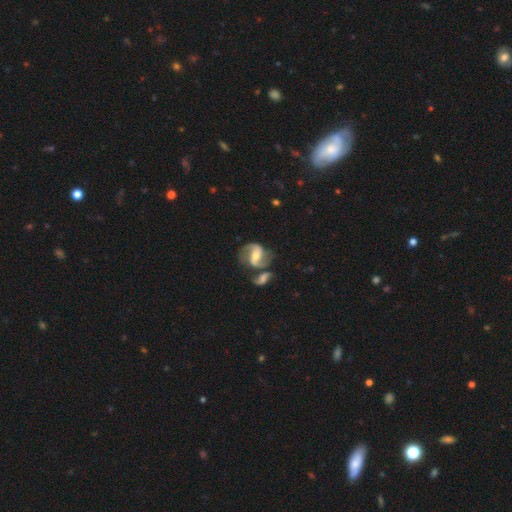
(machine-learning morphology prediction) Smooth or featured? featured or disk (84%)
Edge-on disk? no (97%)
Bar? strong (44%)
Spiral arms? yes (95%)
Spiral winding? medium (49%)
Spiral arm count? 2 (90%)
Bulge size? moderate (45%)
Merging? none (46%)